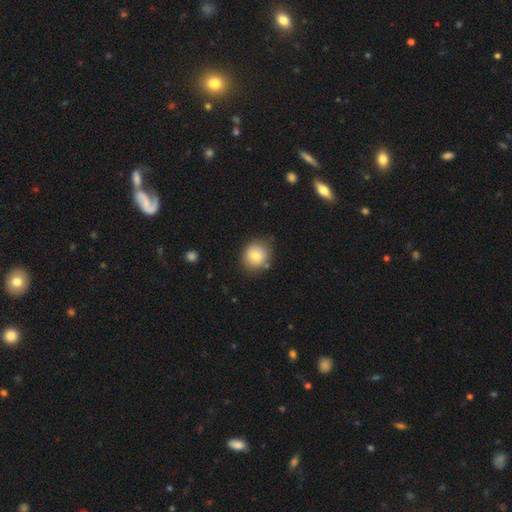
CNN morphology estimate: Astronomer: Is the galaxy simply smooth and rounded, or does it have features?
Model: smooth — 77%.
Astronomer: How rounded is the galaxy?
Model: round — 85%.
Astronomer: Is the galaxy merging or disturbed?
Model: none — 80%.